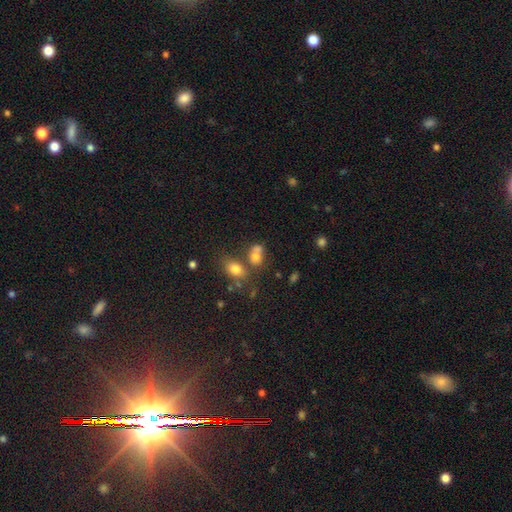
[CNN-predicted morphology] Overall: smooth (74%). How rounded: in between (59%; round 39%). Merging: merger (42%; none 41%).